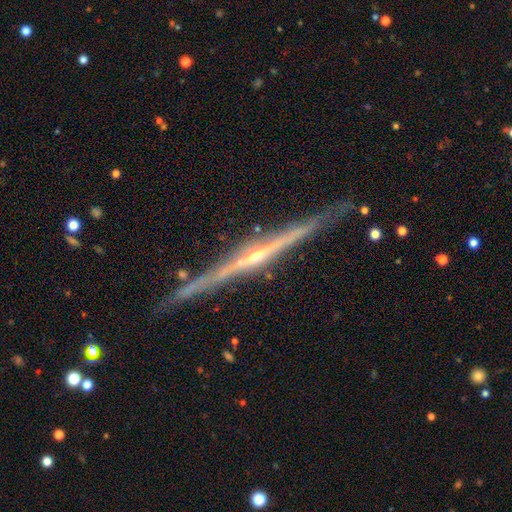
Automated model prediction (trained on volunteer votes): A featured or disk galaxy (89%) viewed edge-on (98%) with a rounded central bulge (71%).

Vote fractions:
- Smooth or featured? featured or disk: 89% / smooth: 6% / star or artifact: 5%
- Edge-on disk? yes: 98% / no: 2%
- Edge-on bulge? rounded: 71% / none: 23% / boxy: 6%
- Merging? none: 89% / minor disturbance: 8% / merger: 2% / major disturbance: 2%